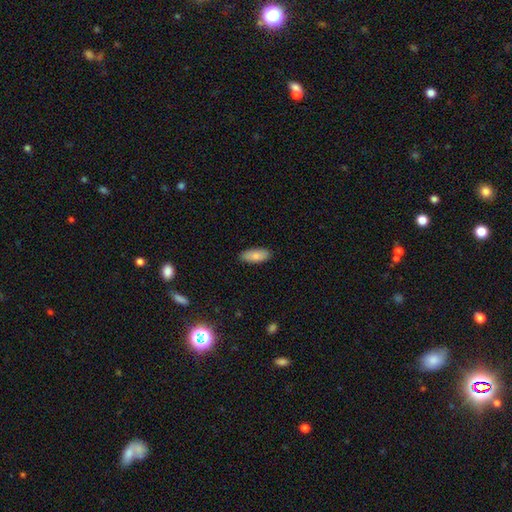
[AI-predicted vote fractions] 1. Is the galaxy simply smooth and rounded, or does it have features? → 86% smooth, 8% featured or disk, 6% star or artifact.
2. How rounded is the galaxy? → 84% in between, 15% cigar-shaped, 2% round.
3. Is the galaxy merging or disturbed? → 88% none, 9% minor disturbance, 2% major disturbance, 1% merger.